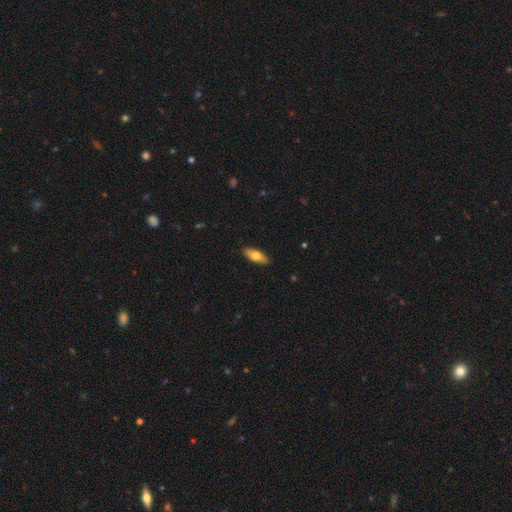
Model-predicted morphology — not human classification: Smooth or featured? smooth (71%)
How rounded? in between (69%)
Merging? none (90%)